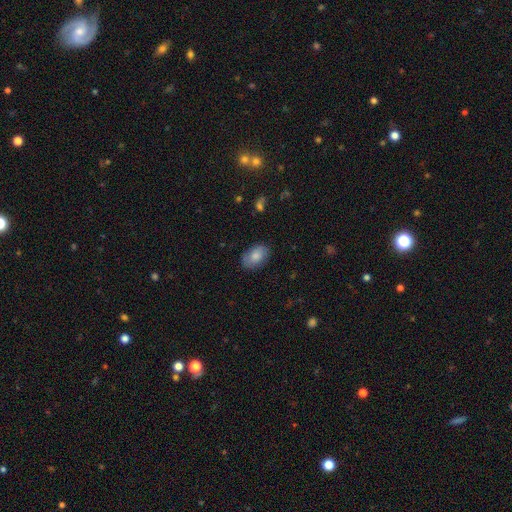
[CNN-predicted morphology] Smooth or featured?
  - smooth: 81% *
  - featured or disk: 12%
  - star or artifact: 7%
How rounded?
  - in between: 91% *
  - round: 8%
  - cigar-shaped: 1%
Merging?
  - none: 82% *
  - minor disturbance: 14%
  - major disturbance: 3%
  - merger: 1%